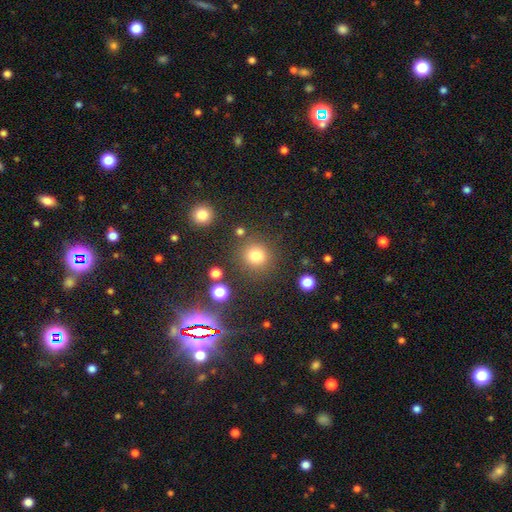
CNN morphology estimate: Smooth or featured?
  - smooth: 77% *
  - star or artifact: 16%
  - featured or disk: 7%
How rounded?
  - round: 90% *
  - in between: 9%
  - cigar-shaped: 1%
Merging?
  - none: 82% *
  - minor disturbance: 9%
  - merger: 5%
  - major disturbance: 4%